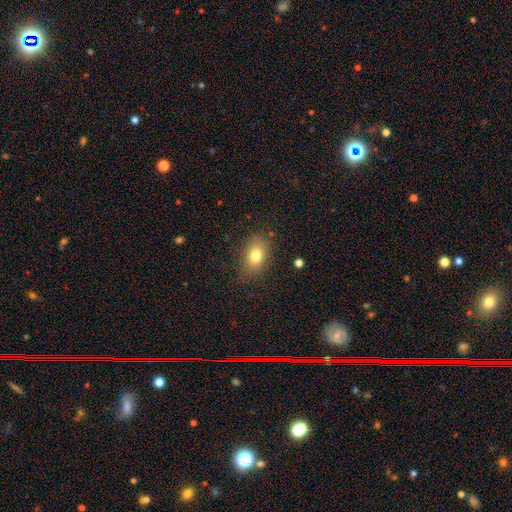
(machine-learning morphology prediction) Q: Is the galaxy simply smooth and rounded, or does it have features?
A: smooth — 78%.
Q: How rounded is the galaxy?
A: in between — 80%.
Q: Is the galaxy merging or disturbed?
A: none — 80%.